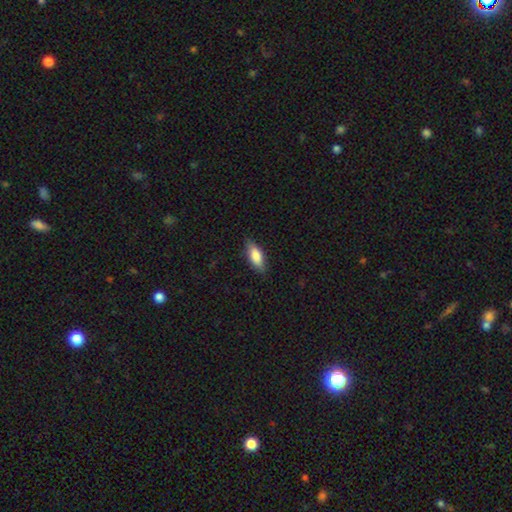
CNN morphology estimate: Q: Smooth or featured?
A: smooth (78%); runner-up: featured or disk (16%)
Q: How rounded?
A: in between (74%); runner-up: cigar-shaped (24%)
Q: Merging?
A: none (82%); runner-up: minor disturbance (14%)